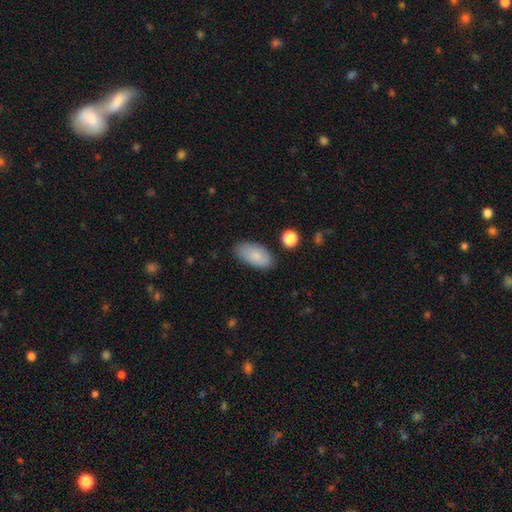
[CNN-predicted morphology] Smooth or featured: smooth — 86% (featured or disk — 8%)
How rounded: in between — 94% (cigar-shaped — 3%)
Merging: none — 80% (minor disturbance — 15%)